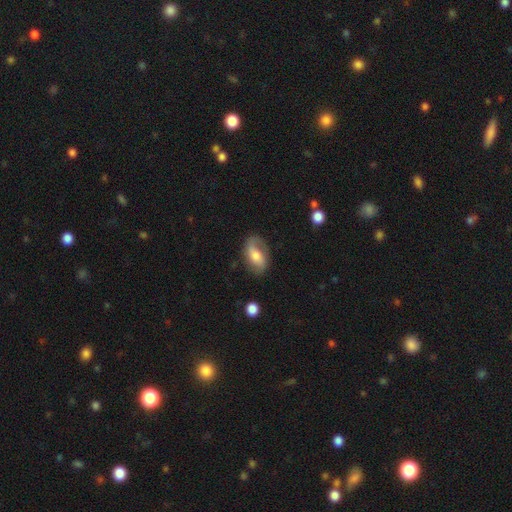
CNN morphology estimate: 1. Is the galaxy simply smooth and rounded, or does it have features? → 57% featured or disk, 36% smooth, 7% star or artifact.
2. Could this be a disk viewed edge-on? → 95% no, 5% yes.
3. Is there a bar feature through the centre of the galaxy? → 40% no (tied), 40% weak (tied), 20% strong.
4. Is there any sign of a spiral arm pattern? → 85% yes, 15% no.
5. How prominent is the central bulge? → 59% moderate, 24% small, 12% large, 3% none, 2% dominant.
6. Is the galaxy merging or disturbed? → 70% none, 20% minor disturbance, 8% major disturbance, 2% merger.